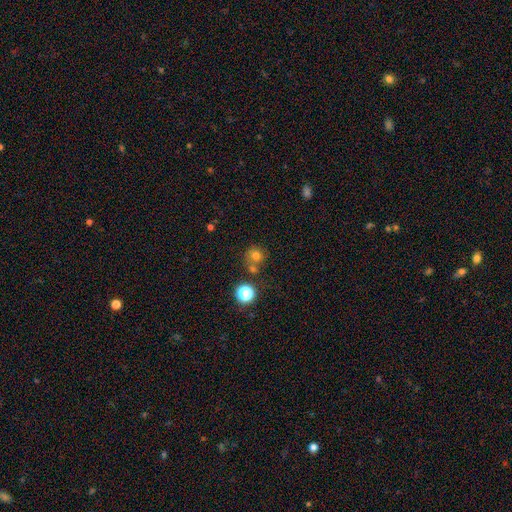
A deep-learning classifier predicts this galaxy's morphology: Smooth or featured?
  - smooth: 72% *
  - star or artifact: 18%
  - featured or disk: 10%
How rounded?
  - round: 88% *
  - in between: 11%
  - cigar-shaped: 1%
Merging?
  - none: 60% *
  - merger: 25%
  - minor disturbance: 11%
  - major disturbance: 4%